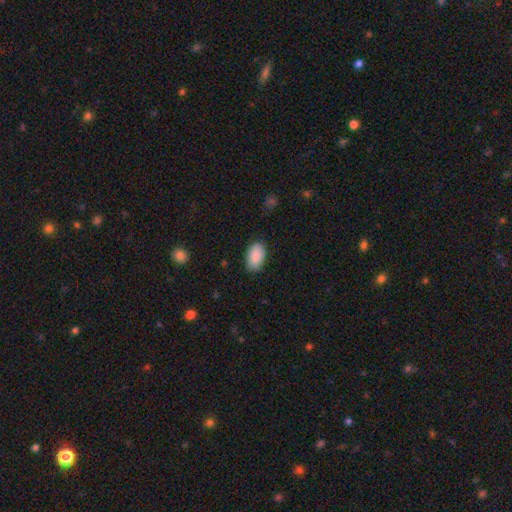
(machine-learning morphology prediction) smooth-or-featured: smooth: 90% | star or artifact: 6% | featured or disk: 3%
  how-rounded: in between: 94% | round: 4% | cigar-shaped: 2%
  merging: none: 85% | minor disturbance: 12% | major disturbance: 3% | merger: 1%